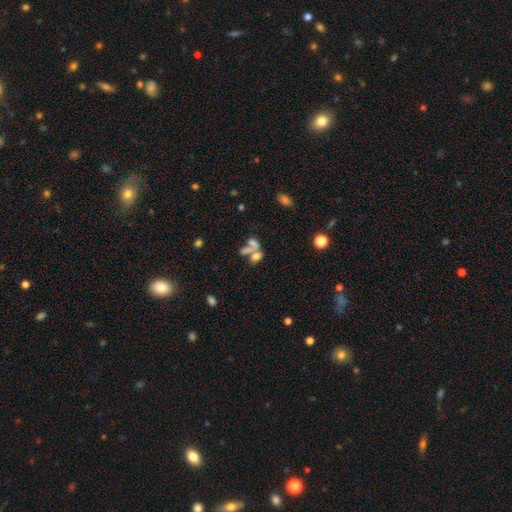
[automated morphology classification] A star or artifact, not a galaxy (44%).